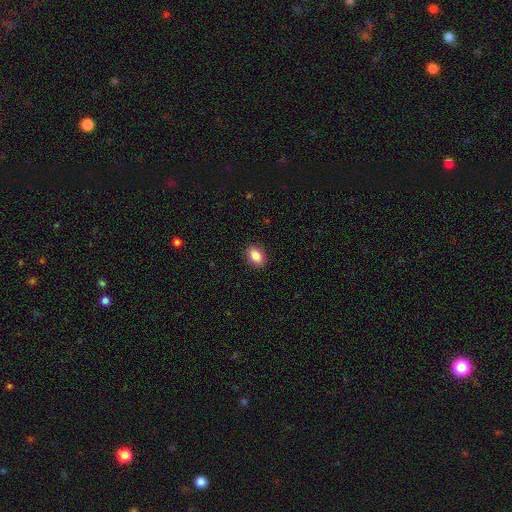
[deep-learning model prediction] The model was most divided on "how rounded": in between: 80%, round: 19%, cigar-shaped: 1%. More confident: merging — none (90%); smooth or featured — smooth (86%).